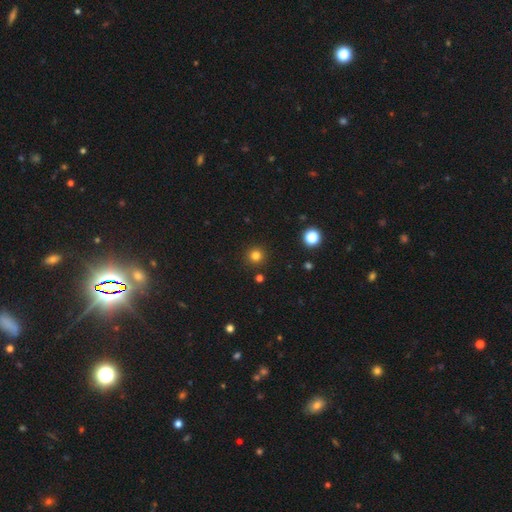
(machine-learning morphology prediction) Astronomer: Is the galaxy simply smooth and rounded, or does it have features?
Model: smooth — 81%.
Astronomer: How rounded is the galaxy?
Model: round — 95%.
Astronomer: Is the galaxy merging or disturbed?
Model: none — 91%.